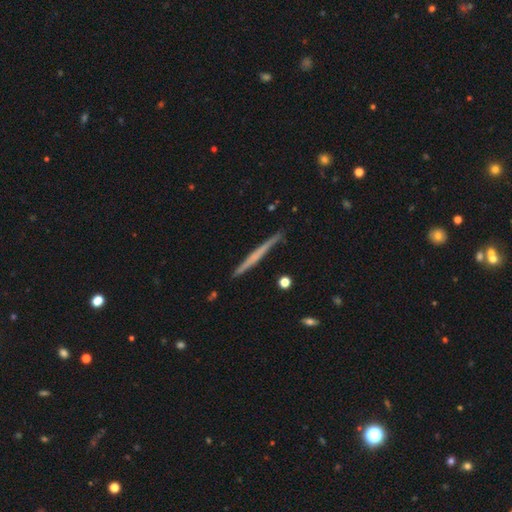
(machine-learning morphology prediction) Smooth or featured? featured or disk (56%)
Edge-on disk? yes (98%)
Edge-on bulge? none (80%)
Merging? none (90%)